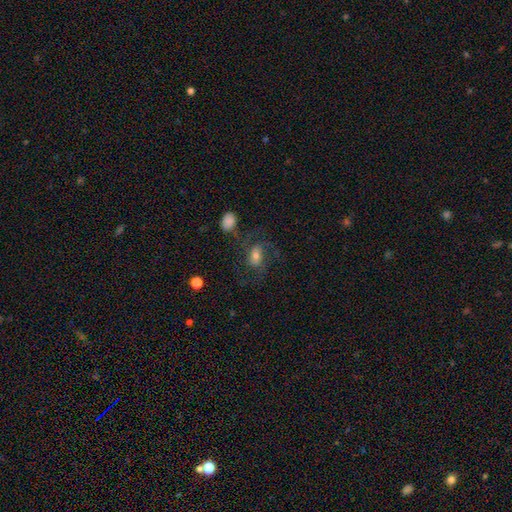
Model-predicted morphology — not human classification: A featured or disk galaxy (60%) with no bar (46%), 2 (68%) medium (50%) spiral arms (88%) and a moderate central bulge (51%). Merging: none (56%).